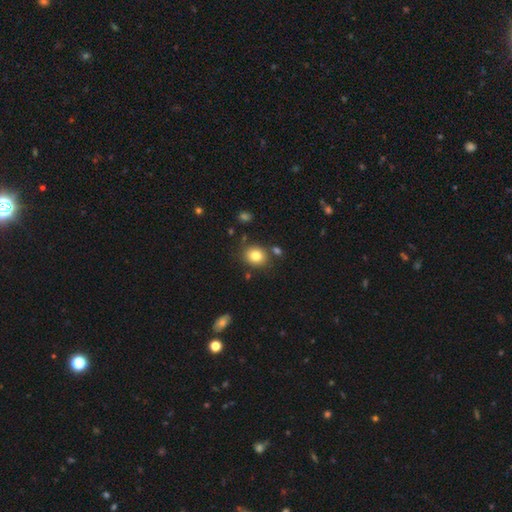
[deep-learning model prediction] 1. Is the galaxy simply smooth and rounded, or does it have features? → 81% smooth, 10% star or artifact, 8% featured or disk.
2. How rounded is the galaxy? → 66% round, 33% in between, 1% cigar-shaped.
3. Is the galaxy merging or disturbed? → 79% none, 11% minor disturbance, 7% merger, 3% major disturbance.